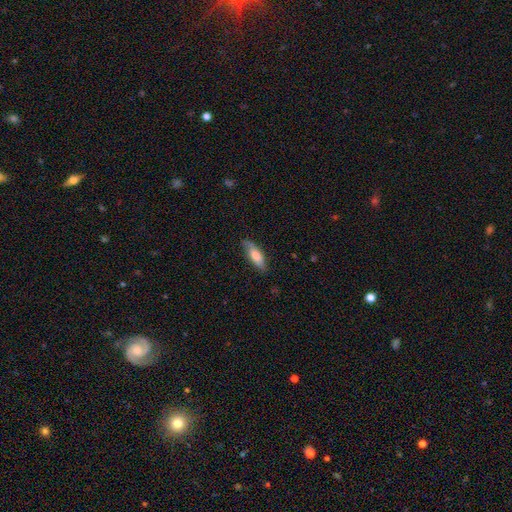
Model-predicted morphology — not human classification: Overall: smooth (71%). How rounded: in between (57%; cigar-shaped 41%). Merging: none (72%).